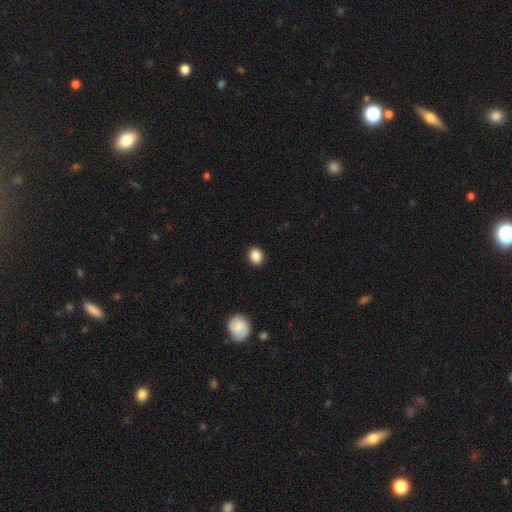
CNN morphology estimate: Smooth or featured? Predicted: smooth (p=0.88). How rounded? Predicted: round (p=0.56). Merging? Predicted: none (p=0.90).